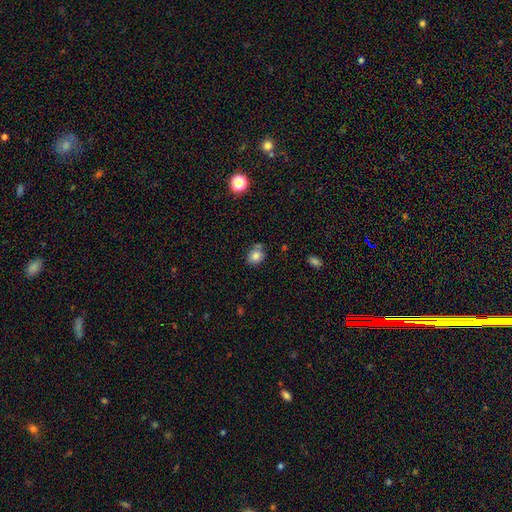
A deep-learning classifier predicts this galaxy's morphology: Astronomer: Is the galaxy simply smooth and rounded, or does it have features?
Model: smooth — 79%.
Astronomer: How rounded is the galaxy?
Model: round — 57% (runner-up: in between, 42%).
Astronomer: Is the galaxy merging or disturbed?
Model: none — 66%.